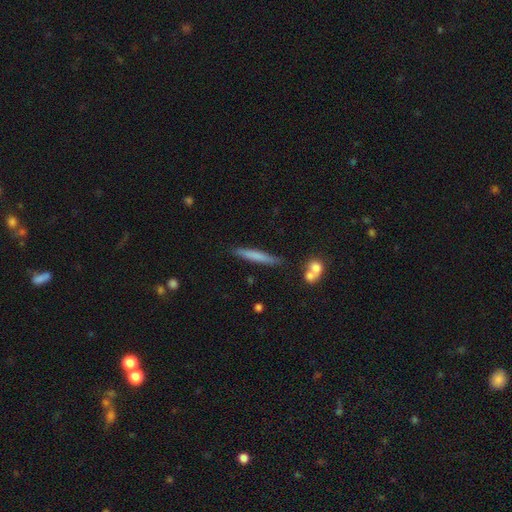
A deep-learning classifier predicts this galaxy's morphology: A smooth galaxy with no disk features (66%) that is cigar-shaped (94%).

Vote fractions:
- Smooth or featured? smooth: 66% / featured or disk: 27% / star or artifact: 6%
- How rounded? cigar-shaped: 94% / in between: 5% / round: 2%
- Merging? none: 84% / minor disturbance: 10% / merger: 4% / major disturbance: 2%